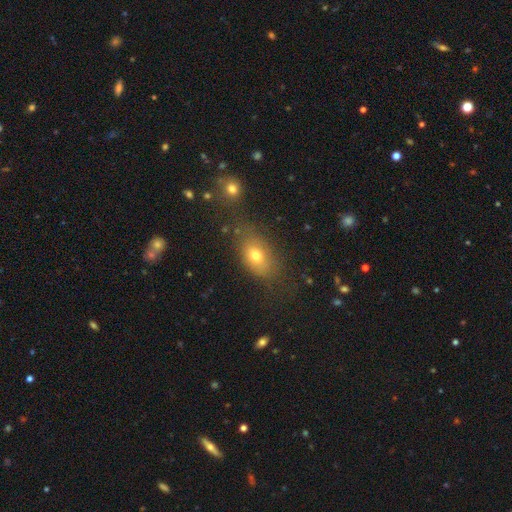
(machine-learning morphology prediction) The model was most divided on "merging": none: 66%, minor disturbance: 19%, major disturbance: 8%, merger: 7%. More confident: how rounded — in between (78%); smooth or featured — smooth (71%).